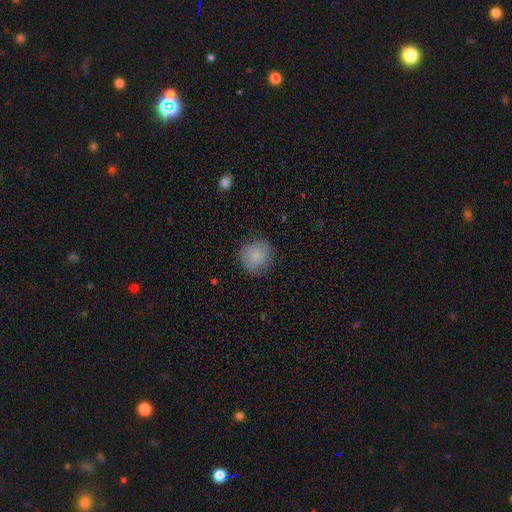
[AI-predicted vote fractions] Smooth or featured: smooth — 85% (featured or disk — 8%)
How rounded: round — 90% (in between — 9%)
Merging: none — 82% (minor disturbance — 13%)